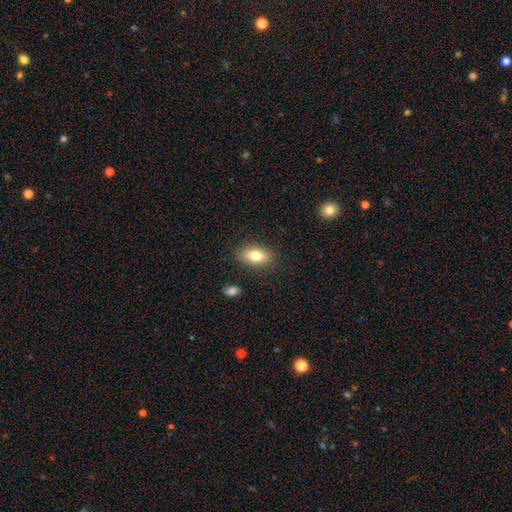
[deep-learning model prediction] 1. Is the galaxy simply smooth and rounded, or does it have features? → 80% smooth, 12% featured or disk, 8% star or artifact.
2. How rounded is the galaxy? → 88% in between, 8% round, 5% cigar-shaped.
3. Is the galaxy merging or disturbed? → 85% none, 11% minor disturbance, 3% major disturbance, 2% merger.